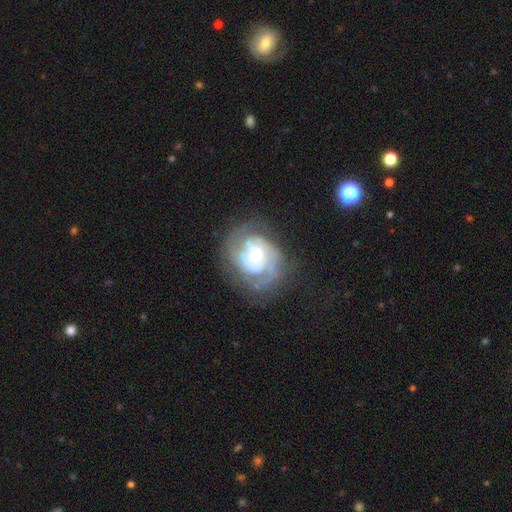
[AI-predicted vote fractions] featured or disk 84%, smooth 11%, star or artifact 6%. Down the decision tree: edge-on disk — no (98%); bar — no (67%); spiral arms — yes (92%); spiral arm count — 2 (40%); spiral winding — tight (59%); bulge size — moderate (47%); merging — none (66%).